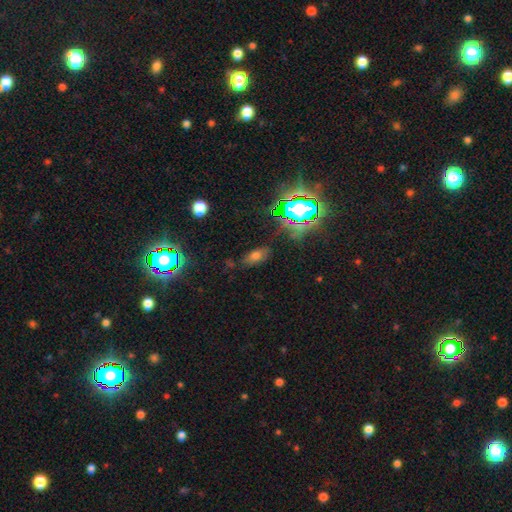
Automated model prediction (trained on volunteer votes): smooth_or_featured: smooth (p=0.57) [alt: star or artifact p=0.28]
how_rounded: in between (p=0.84) [alt: round p=0.08]
merging: none (p=0.73) [alt: minor disturbance p=0.18]